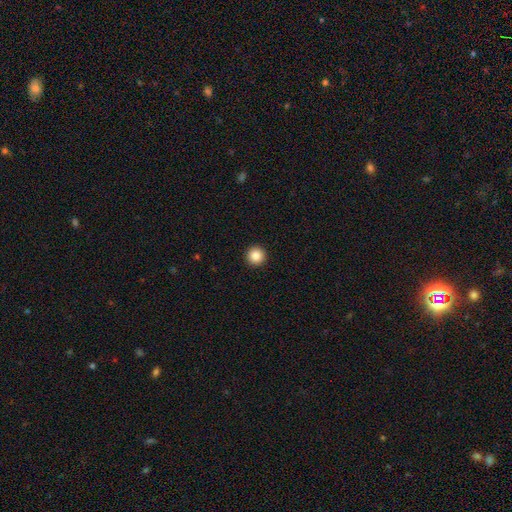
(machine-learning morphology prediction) Smooth or featured? smooth (87%)
How rounded? round (97%)
Merging? none (94%)